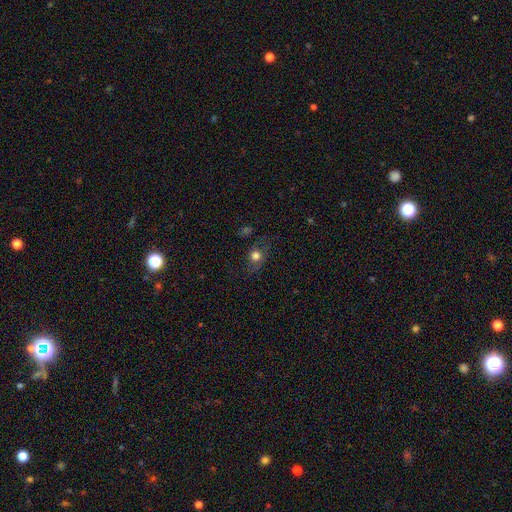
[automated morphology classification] A smooth galaxy with no disk features (60%) that is round (56%). Merging: none (67%).